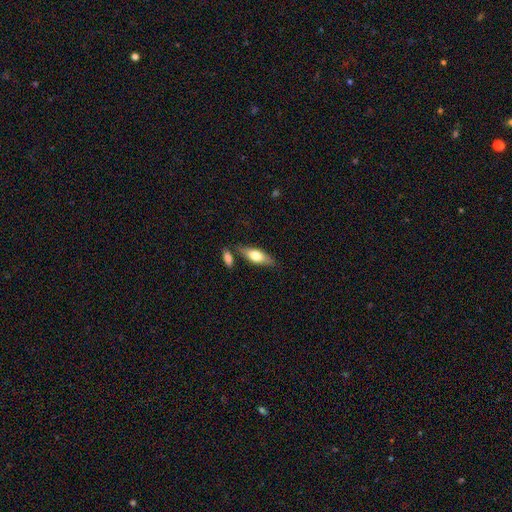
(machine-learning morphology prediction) This is likely a smooth galaxy (64%). How rounded: likely in between (66%). Merging: likely none (73%).